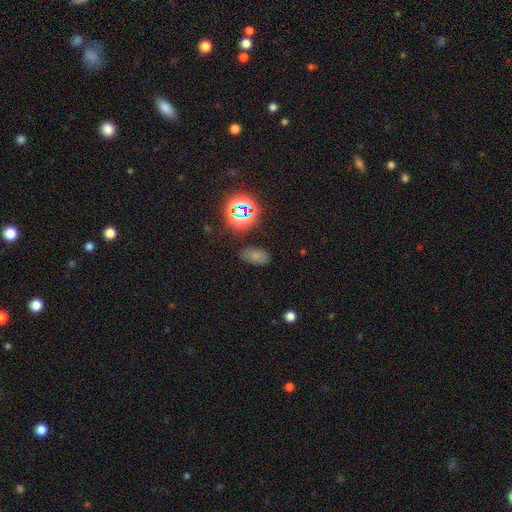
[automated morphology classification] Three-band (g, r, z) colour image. It shows a smooth galaxy with no disk features (66%) that is in between round and cigar-shaped (89%). Merging: none (77%).